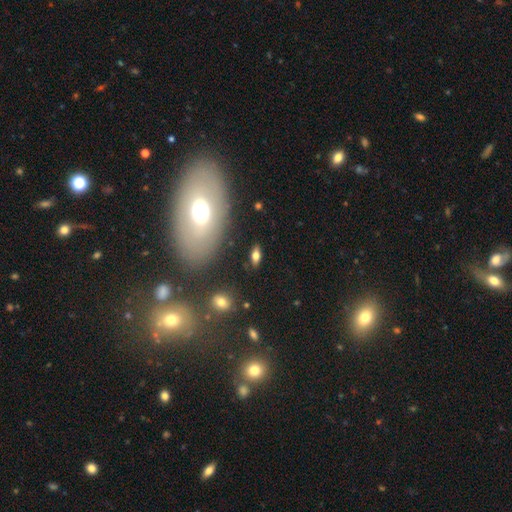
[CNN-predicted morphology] This is likely a smooth galaxy (66%). How rounded: likely in between (79%). Merging: clearly none (83%).